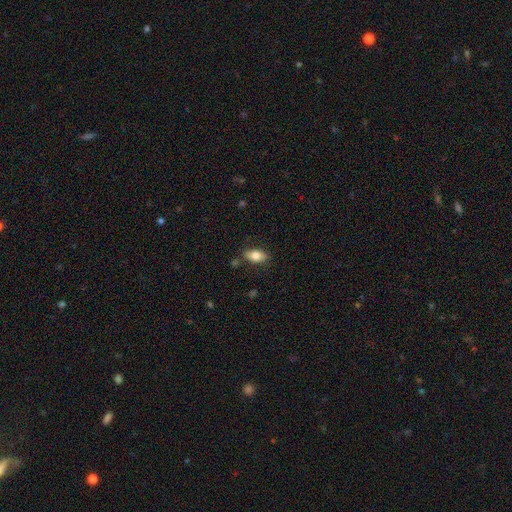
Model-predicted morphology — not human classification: type=smooth (77%); roundness=in between (88%); merging=none (81%).